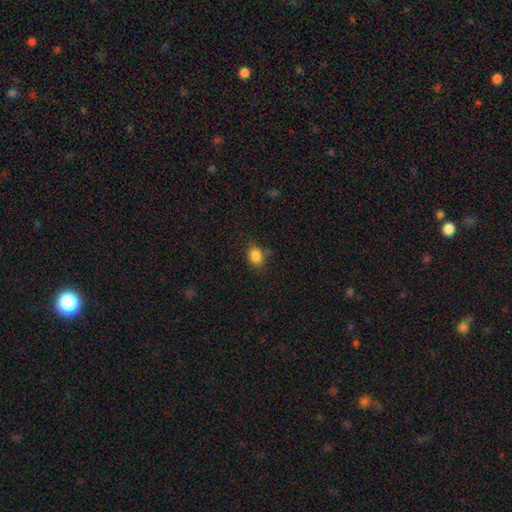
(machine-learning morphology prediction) smooth_or_featured: smooth (p=0.86) [alt: star or artifact p=0.10]
how_rounded: in between (p=0.61) [alt: round p=0.38]
merging: none (p=0.73) [alt: minor disturbance p=0.18]